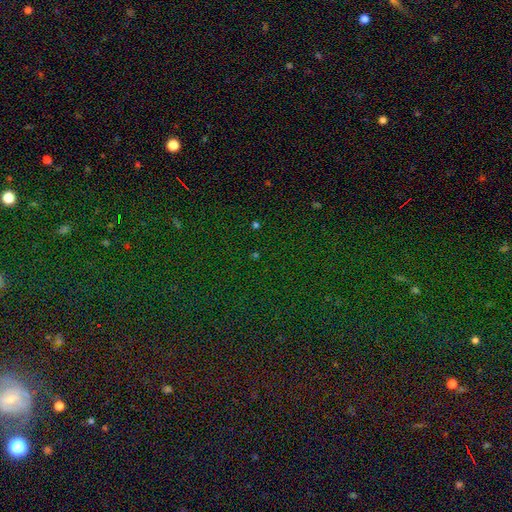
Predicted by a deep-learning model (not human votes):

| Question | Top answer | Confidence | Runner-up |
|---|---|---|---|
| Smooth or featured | star or artifact | 73% | smooth (19%) |